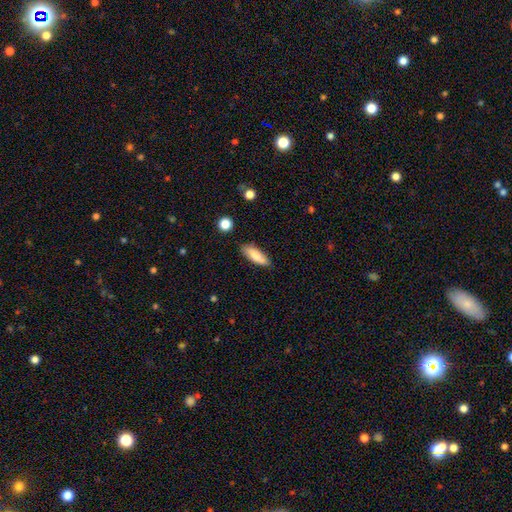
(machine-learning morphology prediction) type=smooth (81%); roundness=in between (60%); merging=none (81%).